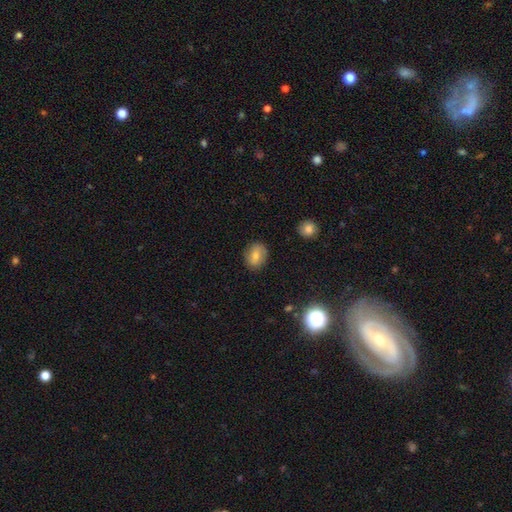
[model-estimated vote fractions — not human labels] Smooth or featured? smooth (75%)
How rounded? in between (55%)
Merging? none (86%)